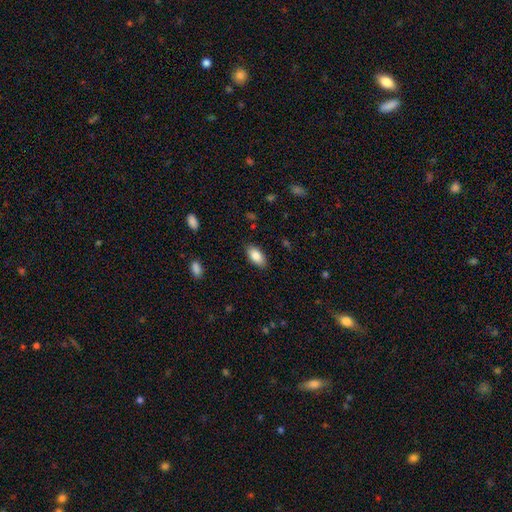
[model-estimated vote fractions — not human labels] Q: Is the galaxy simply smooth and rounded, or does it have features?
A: smooth — 86%.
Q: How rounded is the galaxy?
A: in between — 92%.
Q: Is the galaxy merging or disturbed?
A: none — 86%.